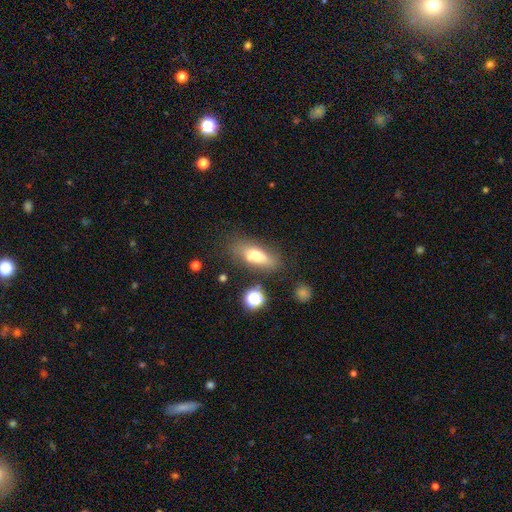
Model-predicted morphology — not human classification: Overall: smooth (67%). How rounded: in between (67%; cigar-shaped 28%). Merging: none (69%).